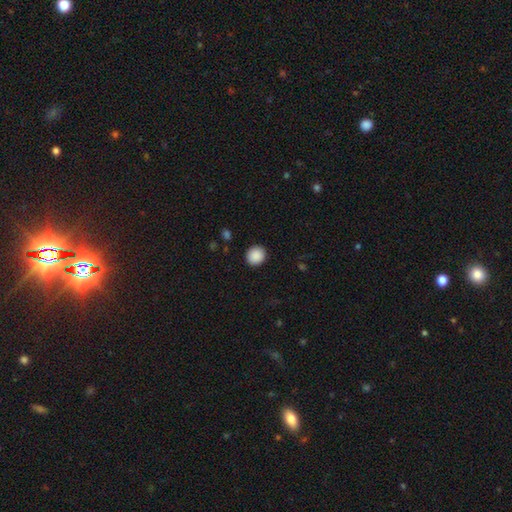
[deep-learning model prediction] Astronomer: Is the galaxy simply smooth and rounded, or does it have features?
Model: smooth — 89%.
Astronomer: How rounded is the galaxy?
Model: round — 89%.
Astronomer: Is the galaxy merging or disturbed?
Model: none — 91%.